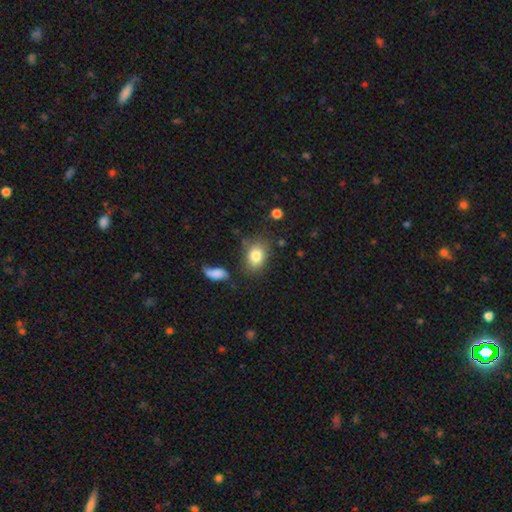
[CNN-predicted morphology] Smooth or featured? smooth (82%)
How rounded? in between (71%)
Merging? none (72%)